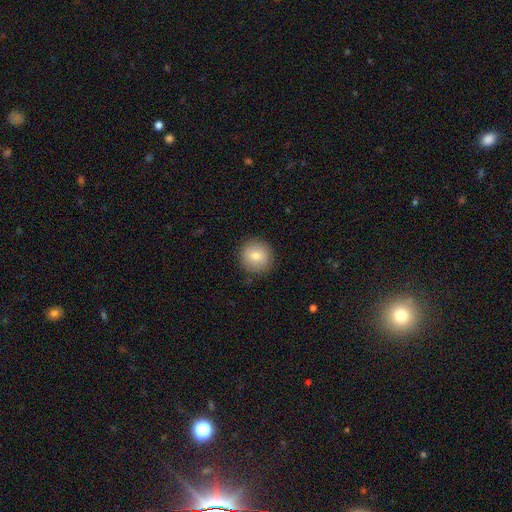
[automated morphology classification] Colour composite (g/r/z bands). It shows a smooth galaxy with no disk features (77%) that is round (93%). Merging: none (89%).